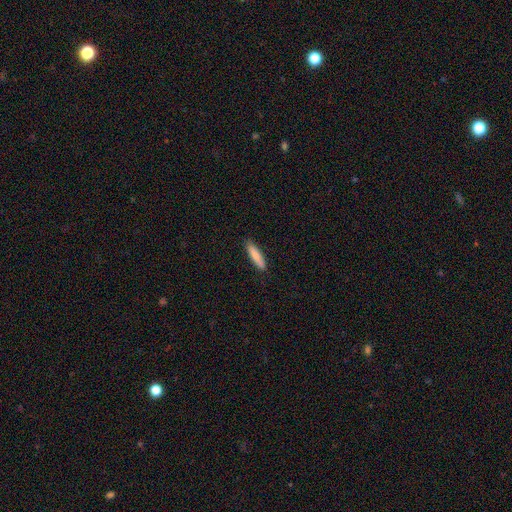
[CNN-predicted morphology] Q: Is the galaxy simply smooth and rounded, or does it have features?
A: smooth — 82%.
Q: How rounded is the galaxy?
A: cigar-shaped — 79%.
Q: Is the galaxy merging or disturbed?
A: none — 88%.